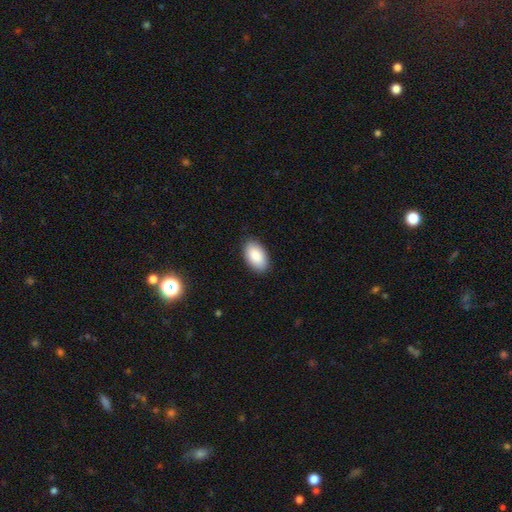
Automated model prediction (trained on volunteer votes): Overall: smooth (89%). How rounded: in between (95%). Merging: none (87%).